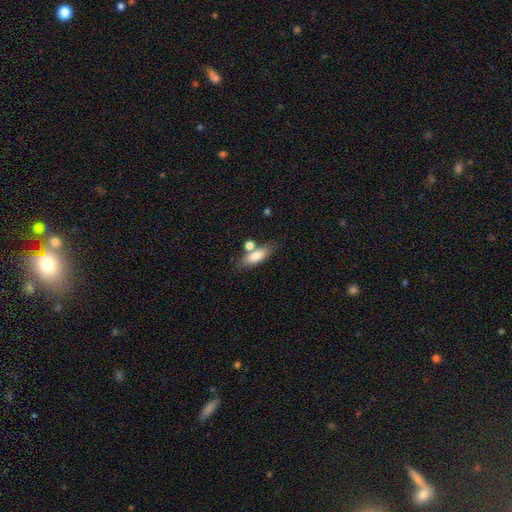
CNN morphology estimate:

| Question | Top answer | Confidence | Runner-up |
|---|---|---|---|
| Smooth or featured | smooth | 76% | featured or disk (16%) |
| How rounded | in between | 65% | cigar-shaped (31%) |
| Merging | none | 61% | merger (22%) |